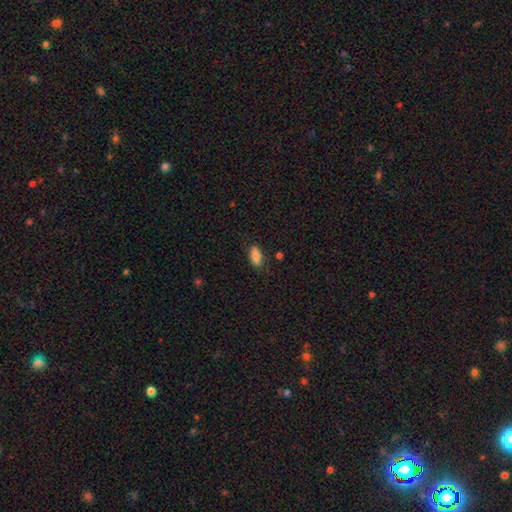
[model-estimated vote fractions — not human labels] Smooth or featured? smooth (83%)
How rounded? in between (87%)
Merging? none (80%)